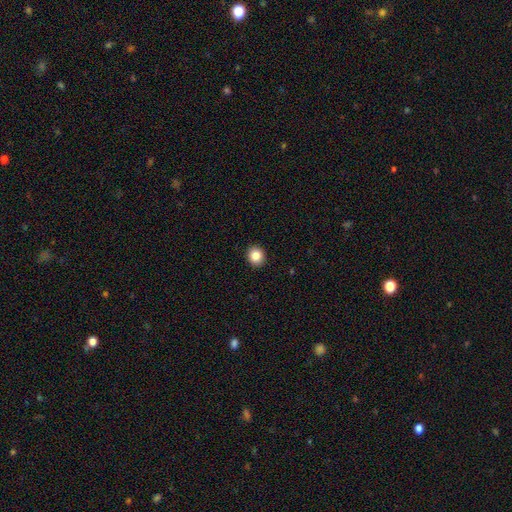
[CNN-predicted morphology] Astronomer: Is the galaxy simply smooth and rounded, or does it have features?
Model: smooth — 86%.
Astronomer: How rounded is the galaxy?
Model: round — 86%.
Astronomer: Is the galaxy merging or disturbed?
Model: none — 93%.